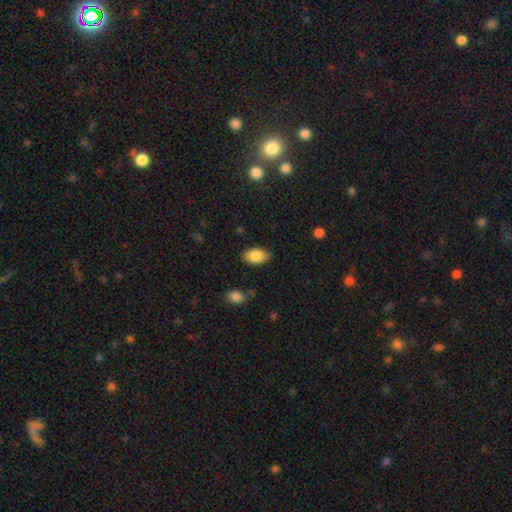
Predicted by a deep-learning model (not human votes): This appears to be a smooth galaxy with no disk features (85%) that is in between round and cigar-shaped (93%). Merging: none (85%).